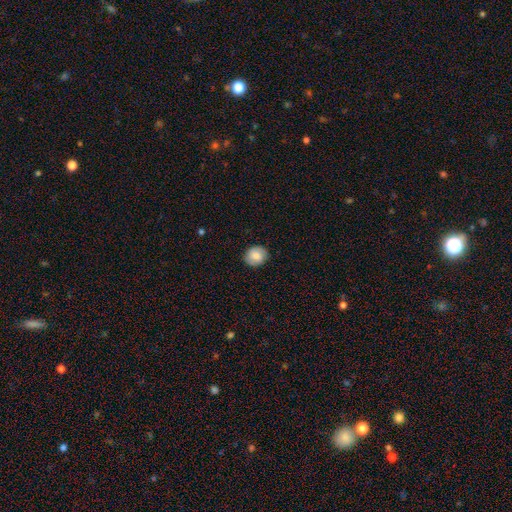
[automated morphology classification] Q: Smooth or featured?
A: smooth (77%); runner-up: featured or disk (15%)
Q: How rounded?
A: round (68%); runner-up: in between (31%)
Q: Merging?
A: none (87%); runner-up: minor disturbance (9%)